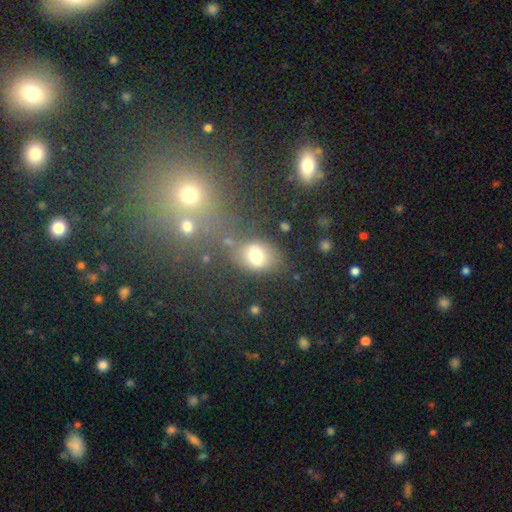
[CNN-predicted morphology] A smooth galaxy with no disk features (72%) that is in between round and cigar-shaped (62%). Merging: none (63%).